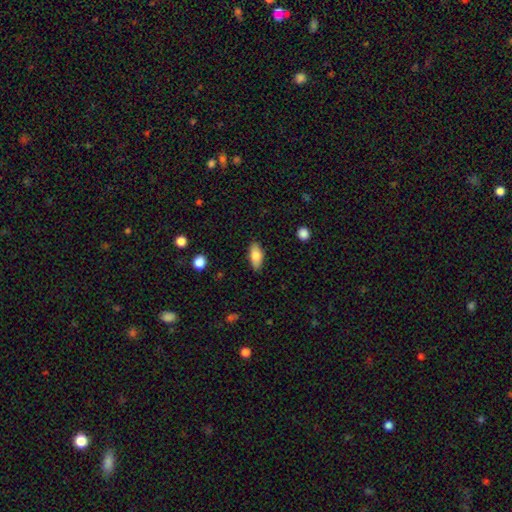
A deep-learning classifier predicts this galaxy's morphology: Smooth or featured?
  - smooth: 80% *
  - featured or disk: 14%
  - star or artifact: 7%
How rounded?
  - in between: 84% *
  - cigar-shaped: 13%
  - round: 3%
Merging?
  - none: 86% *
  - minor disturbance: 11%
  - major disturbance: 2%
  - merger: 1%